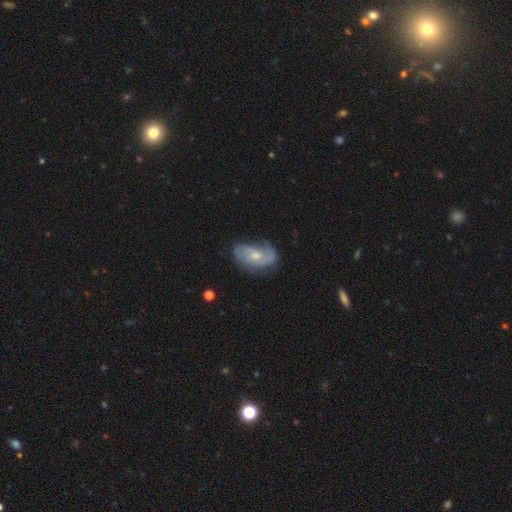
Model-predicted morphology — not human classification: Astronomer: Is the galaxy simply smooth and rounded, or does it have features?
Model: featured or disk — 61%.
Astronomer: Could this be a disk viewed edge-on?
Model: no — 96%.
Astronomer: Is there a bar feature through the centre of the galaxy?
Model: no — 70%.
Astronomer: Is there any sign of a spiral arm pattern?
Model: yes — 77%.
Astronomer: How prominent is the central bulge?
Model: moderate — 51% (runner-up: small, 42%).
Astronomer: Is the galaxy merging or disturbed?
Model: none — 51% (runner-up: minor disturbance, 30%).